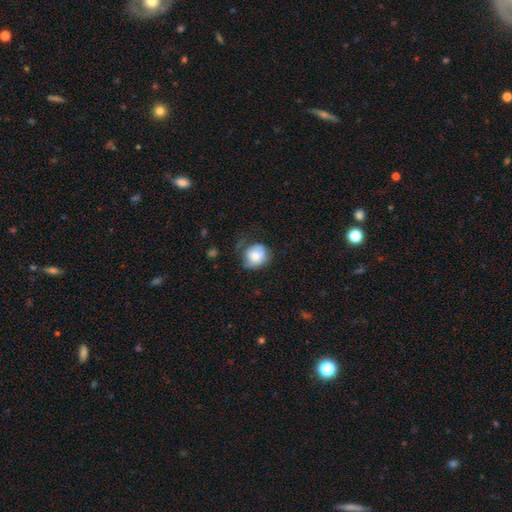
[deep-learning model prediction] Smooth or featured? smooth (71%)
How rounded? round (77%)
Merging? none (47%)